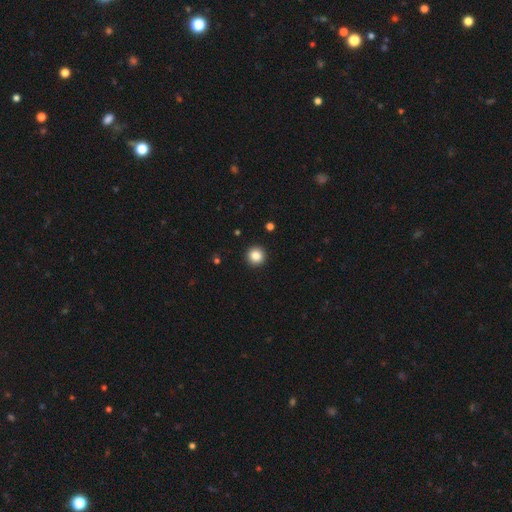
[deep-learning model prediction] Smooth or featured? smooth (86%)
How rounded? round (95%)
Merging? none (93%)